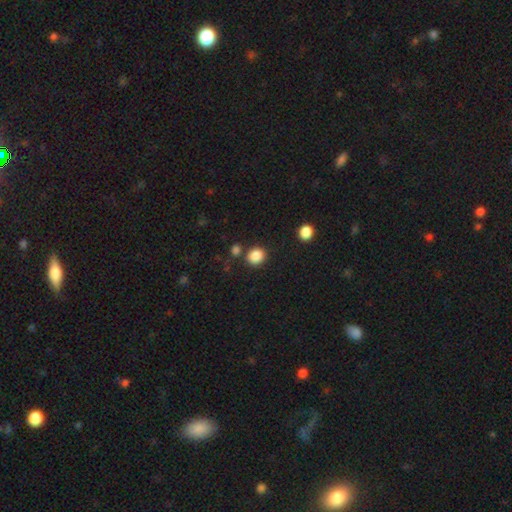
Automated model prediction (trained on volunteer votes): Smooth or featured? Predicted: smooth (p=0.87). How rounded? Predicted: round (p=0.81). Merging? Predicted: none (p=0.81).